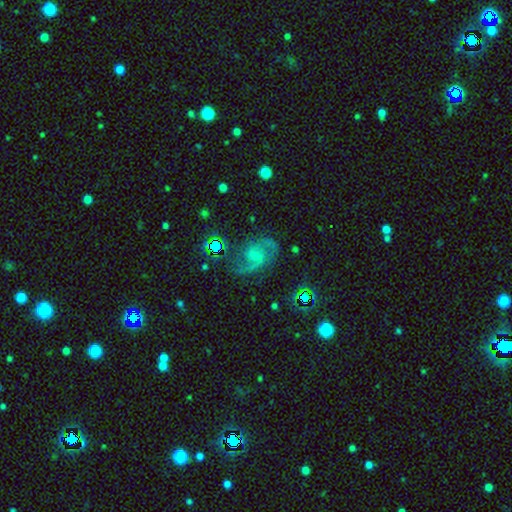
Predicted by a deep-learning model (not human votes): smooth-or-featured: featured or disk: 77% | star or artifact: 12% | smooth: 11%
  disk-edge-on: no: 98% | yes: 2%
    bar: weak: 48% | no: 40% | strong: 12%
    has-spiral-arms: yes: 94% | no: 6%
      spiral-winding: medium: 54% | loose: 34% | tight: 12%
      spiral-arm-count: 2: 87% | can't tell: 5% | 1: 3% | 3: 2% | 4: 1% | more than 4: 1%
    bulge-size: small: 57% | moderate: 25% | none: 13% | large: 3% | dominant: 1%
  merging: none: 65% | minor disturbance: 19% | major disturbance: 13% | merger: 3%